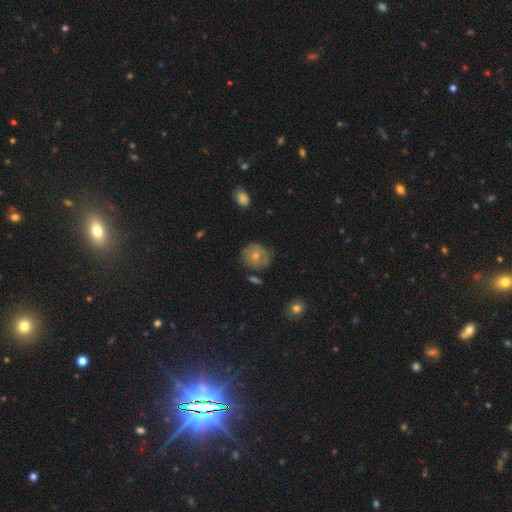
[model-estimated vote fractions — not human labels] smooth_or_featured: smooth (p=0.59) [alt: featured or disk p=0.32]
how_rounded: round (p=0.85) [alt: in between p=0.14]
merging: none (p=0.69) [alt: minor disturbance p=0.22]